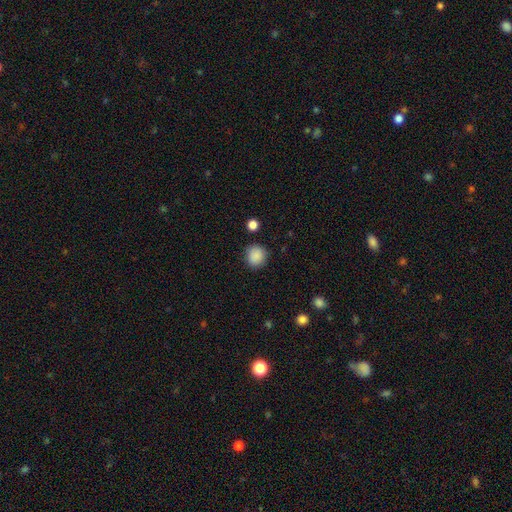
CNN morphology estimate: Smooth or featured? smooth (89%)
How rounded? round (88%)
Merging? none (87%)